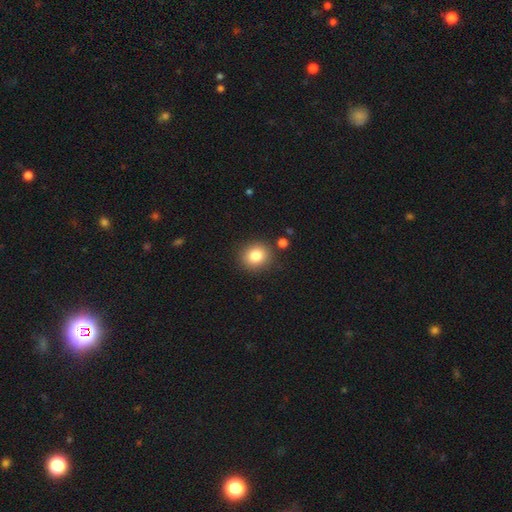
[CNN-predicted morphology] smooth-or-featured: smooth: 82% | star or artifact: 11% | featured or disk: 7%
  how-rounded: round: 80% | in between: 19% | cigar-shaped: 1%
  merging: none: 87% | minor disturbance: 8% | merger: 3% | major disturbance: 2%